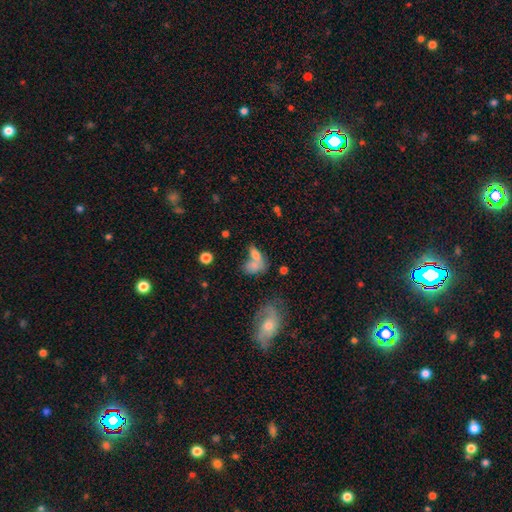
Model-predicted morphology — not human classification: A smooth galaxy with no disk features (69%) that is in between round and cigar-shaped (79%). Merging: merger (51%).